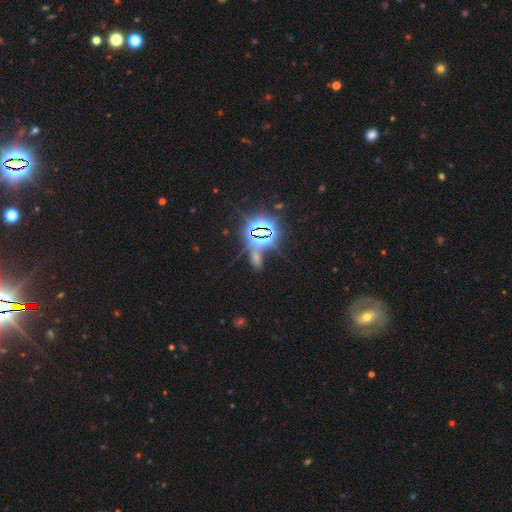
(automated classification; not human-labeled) smooth_or_featured: star or artifact (p=0.72) [alt: smooth p=0.18]